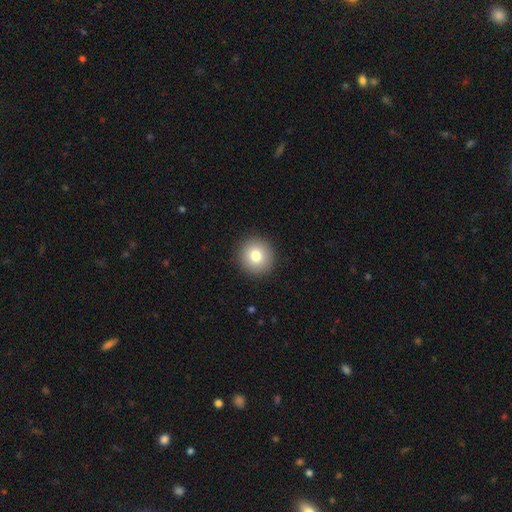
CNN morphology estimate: Overall: smooth (80%). How rounded: round (94%). Merging: none (93%).